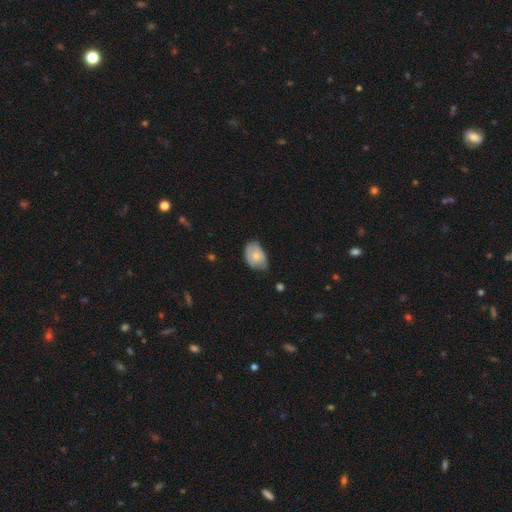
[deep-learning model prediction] Q: Smooth or featured?
A: smooth (63%); runner-up: featured or disk (30%)
Q: How rounded?
A: in between (81%); runner-up: round (18%)
Q: Merging?
A: none (46%); runner-up: minor disturbance (42%)